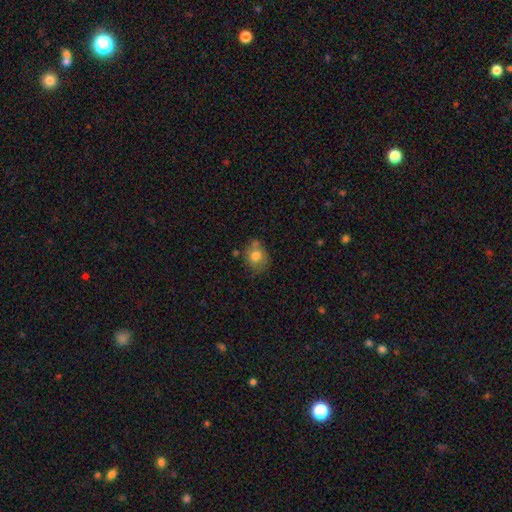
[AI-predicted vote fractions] smooth-or-featured: smooth: 75% | featured or disk: 15% | star or artifact: 9%
  how-rounded: round: 52% | in between: 47% | cigar-shaped: 1%
  merging: none: 59% | minor disturbance: 26% | merger: 8% | major disturbance: 7%